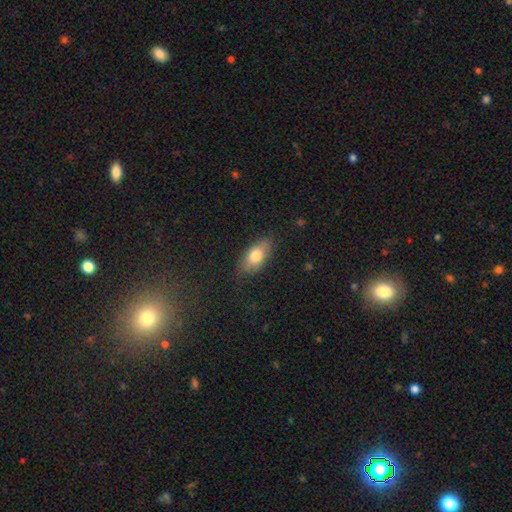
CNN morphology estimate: Q: Smooth or featured?
A: smooth (75%); runner-up: featured or disk (18%)
Q: How rounded?
A: in between (86%); runner-up: cigar-shaped (9%)
Q: Merging?
A: none (78%); runner-up: minor disturbance (17%)